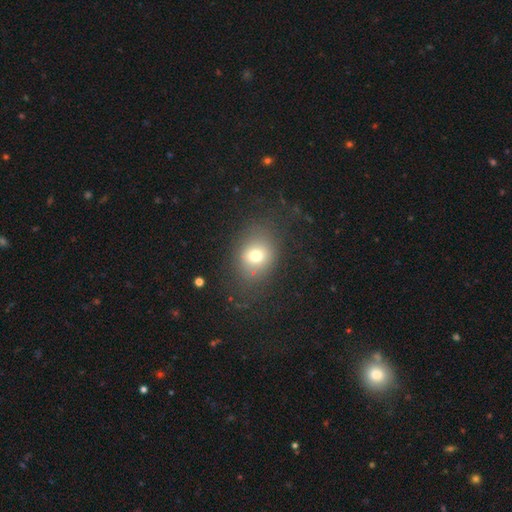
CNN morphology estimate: Smooth or featured? smooth (70%)
How rounded? round (56%)
Merging? none (70%)